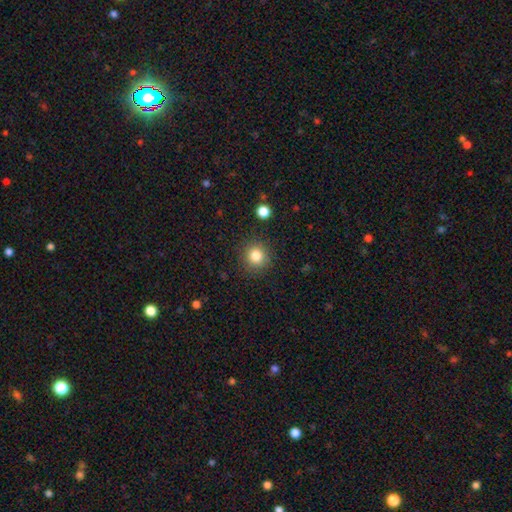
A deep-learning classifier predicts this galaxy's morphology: Smooth or featured: smooth — 83% (star or artifact — 11%)
How rounded: round — 92% (in between — 7%)
Merging: none — 88% (minor disturbance — 7%)